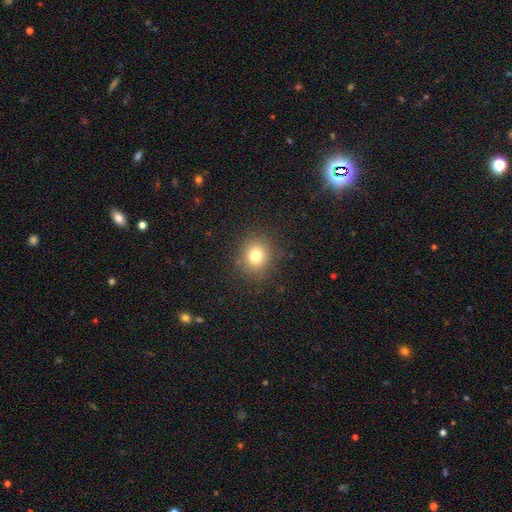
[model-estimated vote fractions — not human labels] This appears to be a smooth galaxy with no disk features (78%) that is round (79%). Merging: none (87%).